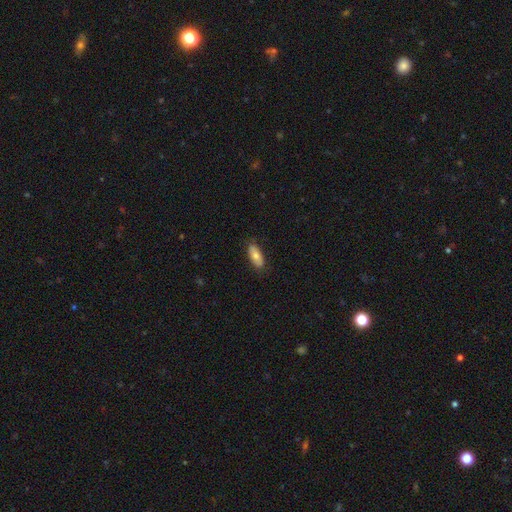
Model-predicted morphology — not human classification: The model was most divided on "smooth or featured": smooth: 74%, featured or disk: 20%, star or artifact: 6%. More confident: merging — none (84%); how rounded — in between (83%).